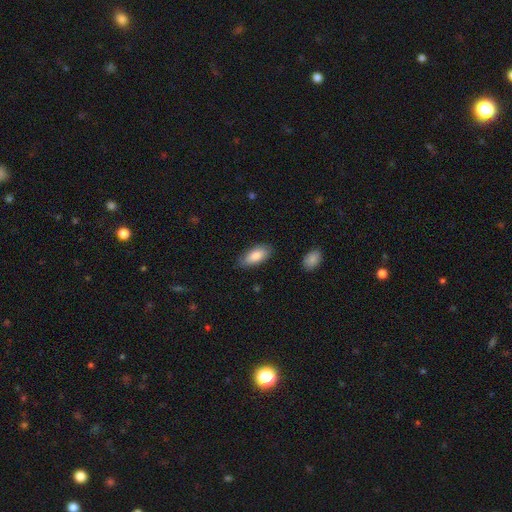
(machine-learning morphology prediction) Smooth or featured? Predicted: smooth (p=0.86). How rounded? Predicted: in between (p=0.87). Merging? Predicted: none (p=0.82).